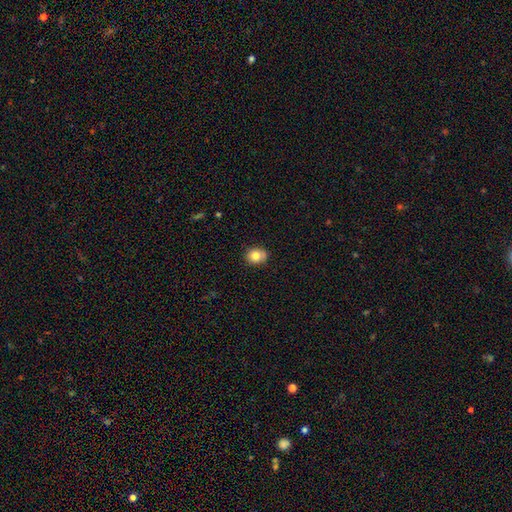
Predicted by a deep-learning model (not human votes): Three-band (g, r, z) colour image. It shows a smooth galaxy with no disk features (80%) that is round (70%). Merging: none (75%).